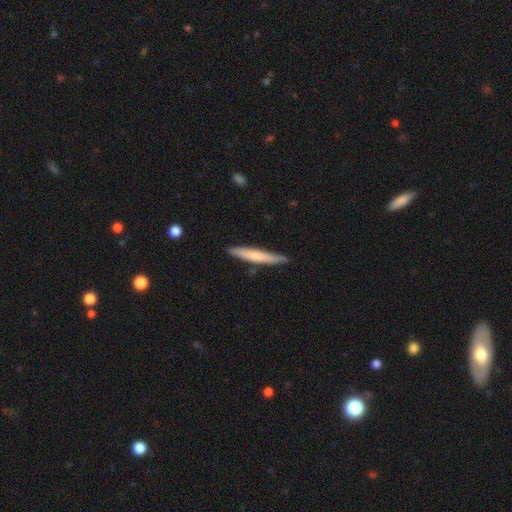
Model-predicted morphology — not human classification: Q: Smooth or featured?
A: smooth (63%); runner-up: featured or disk (32%)
Q: How rounded?
A: cigar-shaped (94%); runner-up: in between (5%)
Q: Merging?
A: none (85%); runner-up: minor disturbance (11%)